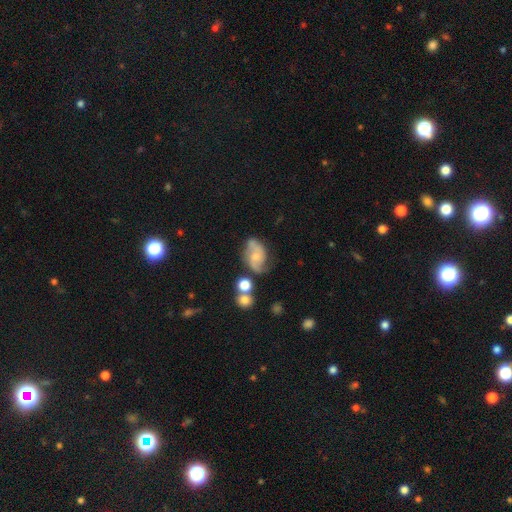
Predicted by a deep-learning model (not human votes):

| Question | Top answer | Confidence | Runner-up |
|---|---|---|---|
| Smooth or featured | featured or disk | 69% | smooth (23%) |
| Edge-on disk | no | 97% | yes (3%) |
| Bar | no | 62% | weak (32%) |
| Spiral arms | yes | 91% | no (9%) |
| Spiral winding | medium | 43% | tied: loose (43%) |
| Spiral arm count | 2 | 86% | can't tell (7%) |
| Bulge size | small | 51% | moderate (38%) |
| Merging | none | 55% | minor disturbance (24%) |